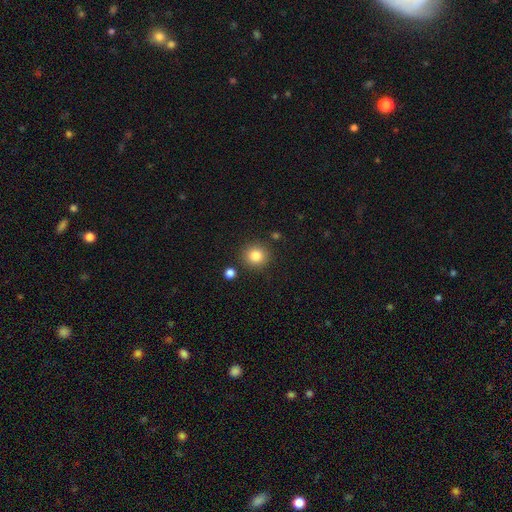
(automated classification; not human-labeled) A smooth galaxy with no disk features (84%) that is round (92%).

Vote fractions:
- Smooth or featured? smooth: 84% / star or artifact: 10% / featured or disk: 5%
- How rounded? round: 92% / in between: 7% / cigar-shaped: 1%
- Merging? none: 87% / minor disturbance: 7% / merger: 4% / major disturbance: 2%